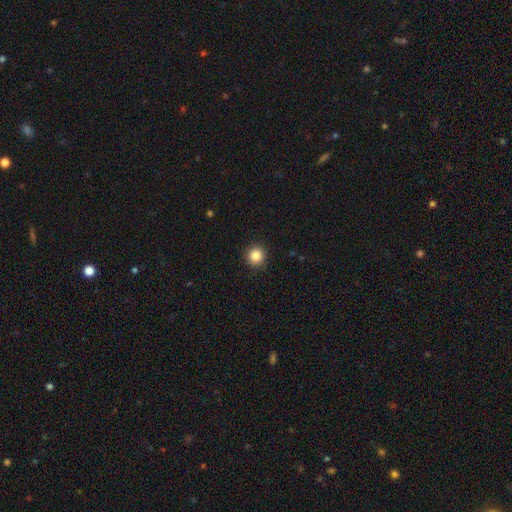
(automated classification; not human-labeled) Smooth or featured? Predicted: smooth (p=0.86). How rounded? Predicted: round (p=0.94). Merging? Predicted: none (p=0.92).